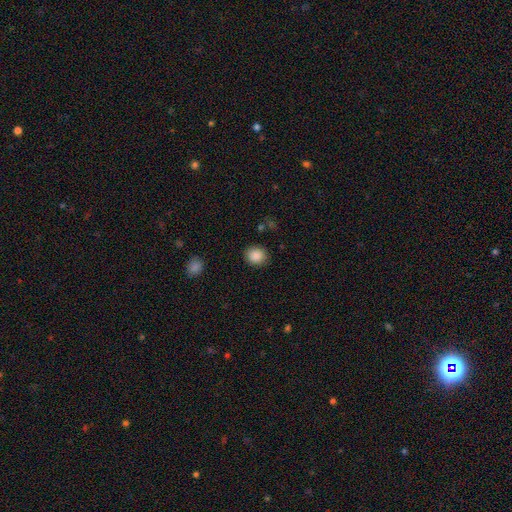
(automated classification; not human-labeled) The model was most divided on "how rounded": round: 80%, in between: 19%, cigar-shaped: 1%. More confident: smooth or featured — smooth (88%); merging — none (88%).